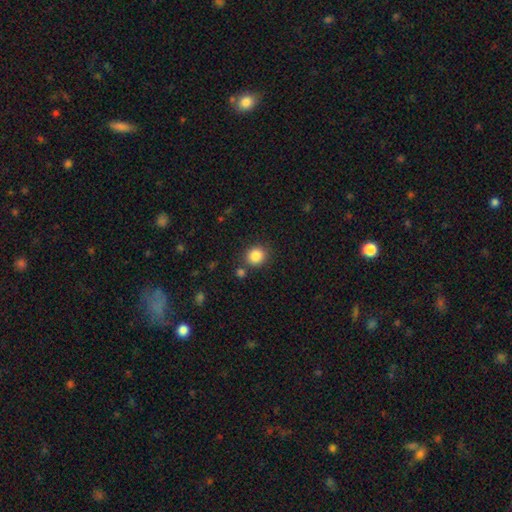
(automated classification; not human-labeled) Smooth or featured? smooth (86%)
How rounded? round (82%)
Merging? none (81%)